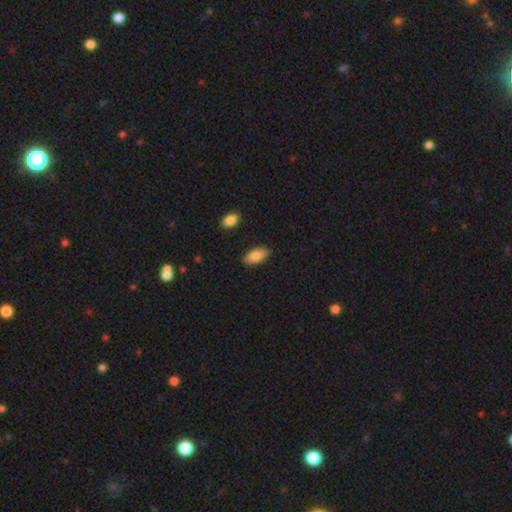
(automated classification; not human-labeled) Smooth or featured? Predicted: smooth (p=0.84). How rounded? Predicted: in between (p=0.90). Merging? Predicted: none (p=0.85).